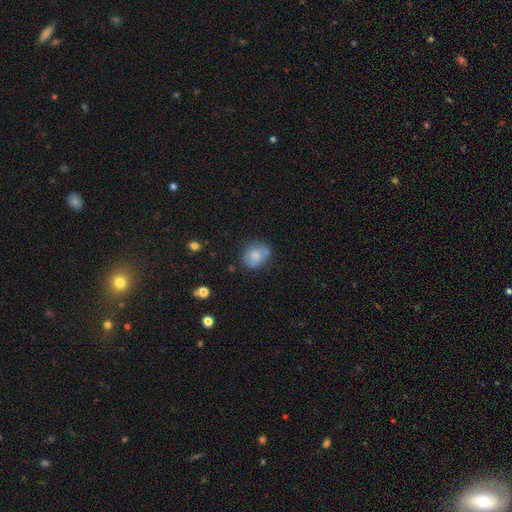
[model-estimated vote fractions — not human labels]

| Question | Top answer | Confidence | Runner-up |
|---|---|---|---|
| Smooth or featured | smooth | 76% | featured or disk (15%) |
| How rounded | round | 66% | in between (33%) |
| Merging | none | 60% | minor disturbance (20%) |